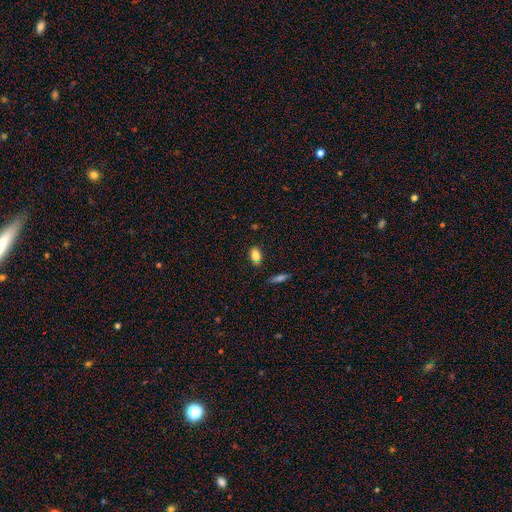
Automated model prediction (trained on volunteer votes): The model was most divided on "merging": none: 83%, minor disturbance: 12%, major disturbance: 3%, merger: 2%. More confident: how rounded — in between (87%); smooth or featured — smooth (81%).